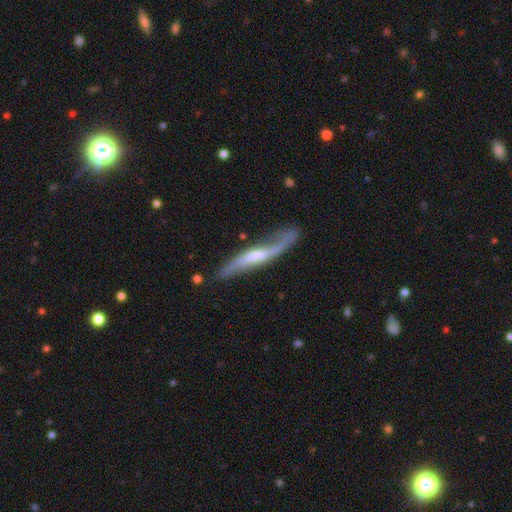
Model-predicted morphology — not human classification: This is likely a featured or disk galaxy (78%). It is possibly not viewed edge-on (59%). Merging: likely none (67%).